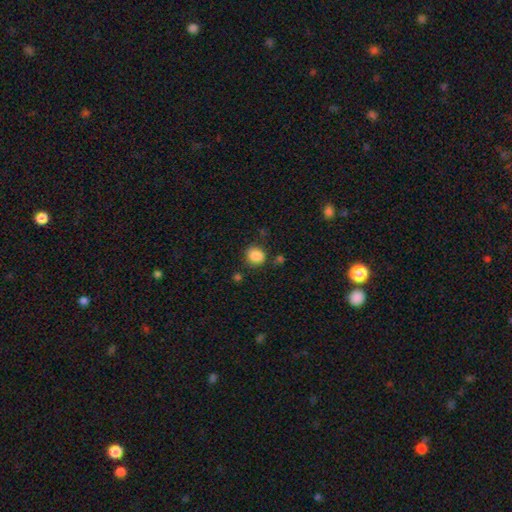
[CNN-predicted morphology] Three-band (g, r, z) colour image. It shows a smooth galaxy with no disk features (87%) that is round (72%). Merging: none (76%).